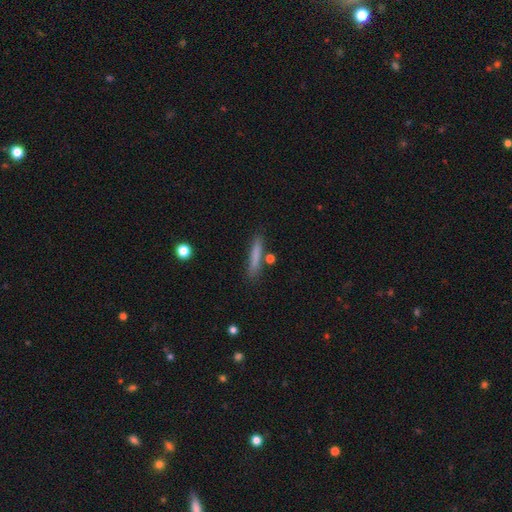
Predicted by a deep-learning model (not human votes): This appears to be a smooth galaxy with no disk features (77%) that is cigar-shaped (91%). Merging: none (82%).